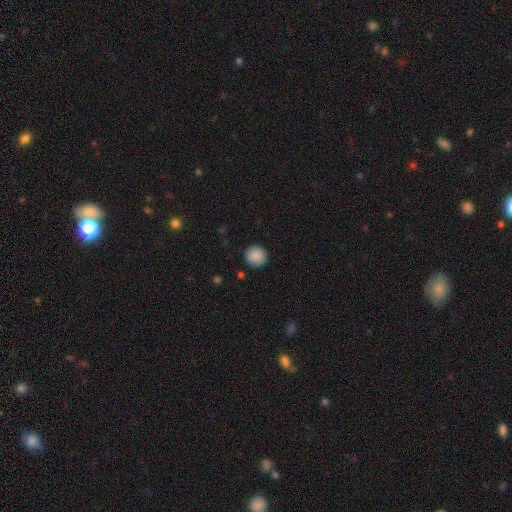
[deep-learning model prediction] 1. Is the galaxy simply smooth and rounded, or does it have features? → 89% smooth, 8% star or artifact, 3% featured or disk.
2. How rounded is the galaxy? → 95% round, 4% in between, 1% cigar-shaped.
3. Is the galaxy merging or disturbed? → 91% none, 6% minor disturbance, 2% major disturbance, 1% merger.